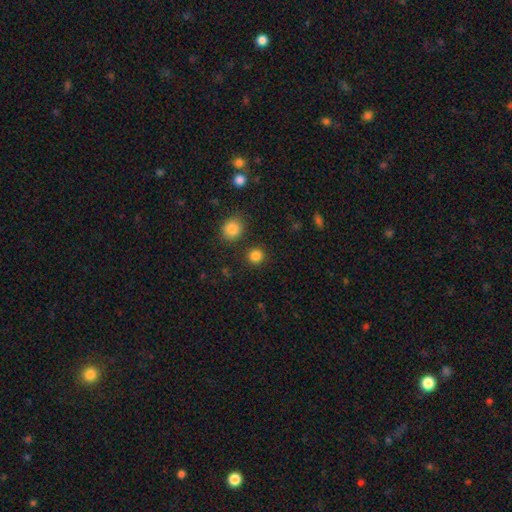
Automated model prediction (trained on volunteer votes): This appears to be a smooth galaxy with no disk features (85%) that is round (90%). Merging: none (87%).